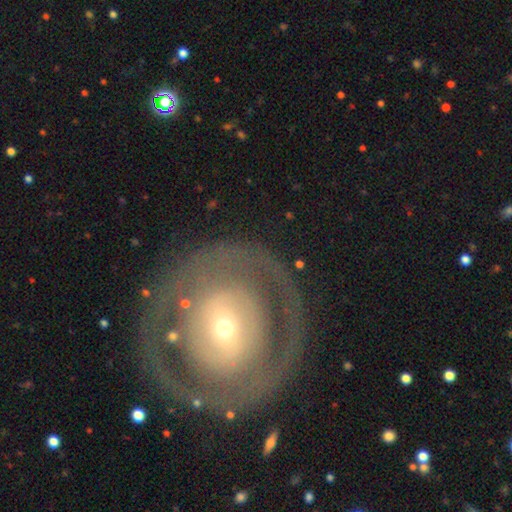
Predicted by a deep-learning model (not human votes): The model was most divided on "bulge size": small: 59%, moderate: 33%, large: 5%, dominant: 2%, none: 1%. More confident: edge-on disk — no (94%); merging — none (79%); spiral arms — no (69%); bar — no (64%); smooth or featured — featured or disk (63%).